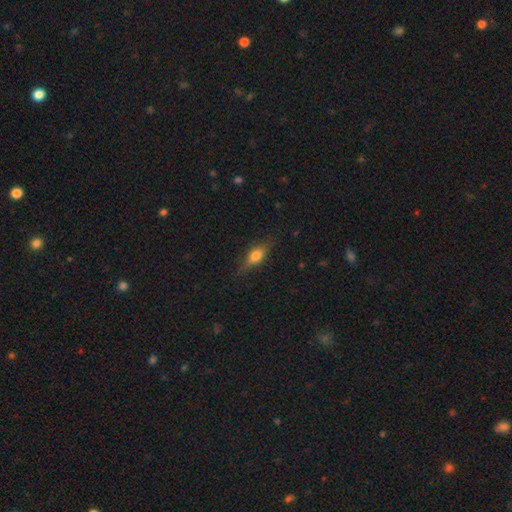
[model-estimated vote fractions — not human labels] smooth 56%, featured or disk 34%, star or artifact 9%. Down the decision tree: how rounded — in between (64%); merging — none (78%).